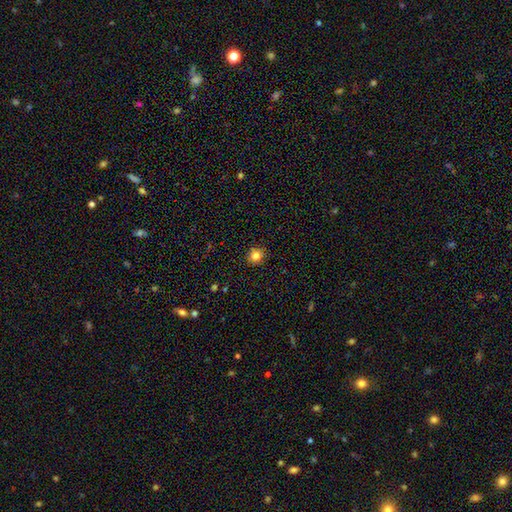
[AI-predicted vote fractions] smooth_or_featured: smooth (p=0.81) [alt: star or artifact p=0.13]
how_rounded: round (p=0.85) [alt: in between p=0.14]
merging: none (p=0.90) [alt: minor disturbance p=0.07]